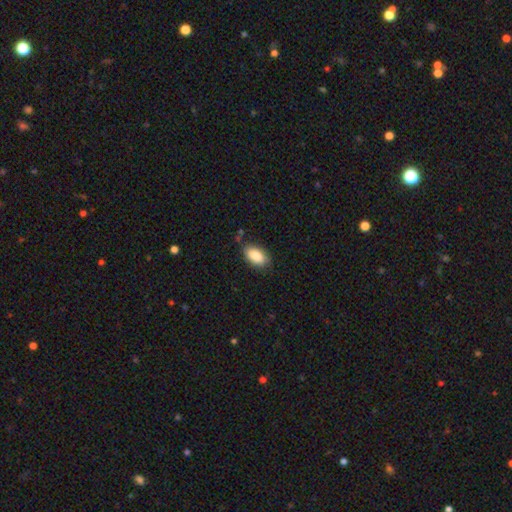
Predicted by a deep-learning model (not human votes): Morphology: type=smooth (87%); roundness=in between (93%); merging=none (79%).